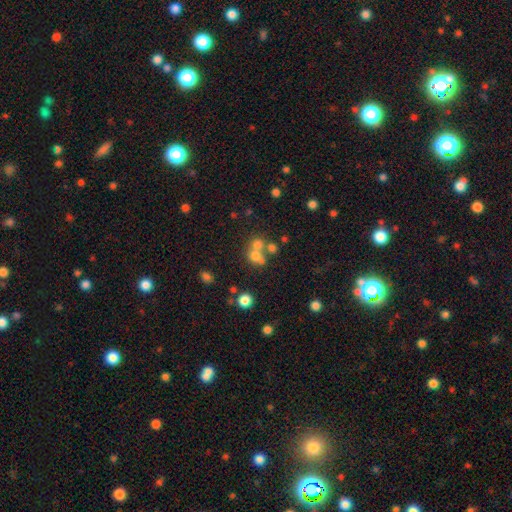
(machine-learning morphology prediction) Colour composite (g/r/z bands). It shows a smooth galaxy with no disk features (63%) that is round (75%). Merging: merger (50%).